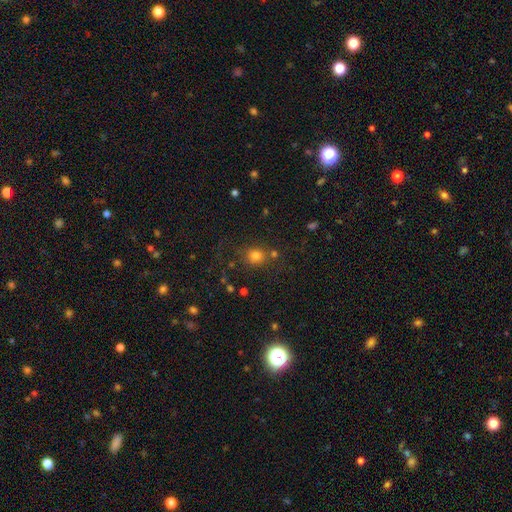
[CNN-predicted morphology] Smooth or featured? smooth (76%)
How rounded? round (77%)
Merging? none (70%)